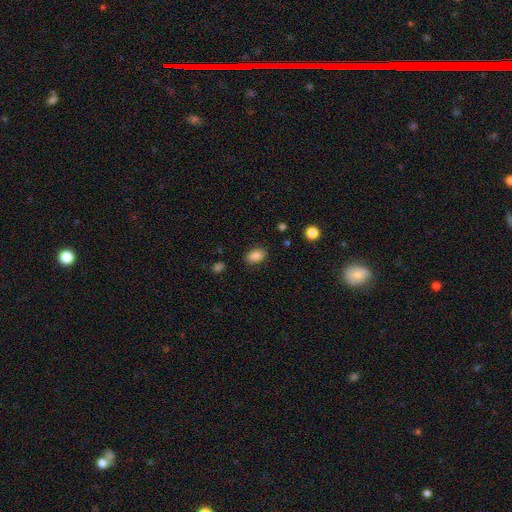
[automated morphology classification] Smooth or featured? Predicted: smooth (p=0.86). How rounded? Predicted: in between (p=0.82). Merging? Predicted: none (p=0.86).